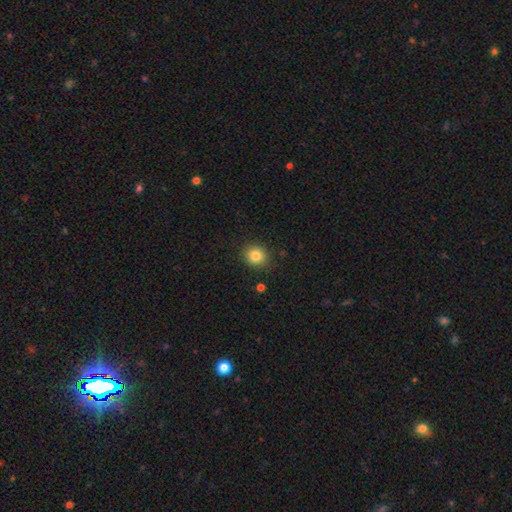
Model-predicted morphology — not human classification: Overall: smooth (84%). How rounded: round (79%). Merging: none (88%).